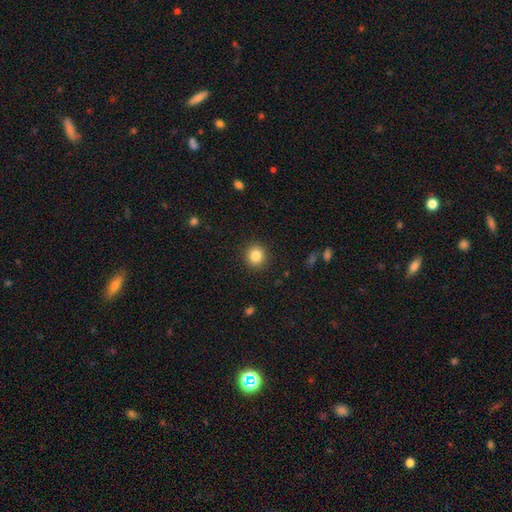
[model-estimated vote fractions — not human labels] This appears to be a smooth galaxy with no disk features (84%) that is round (89%). Merging: none (91%).